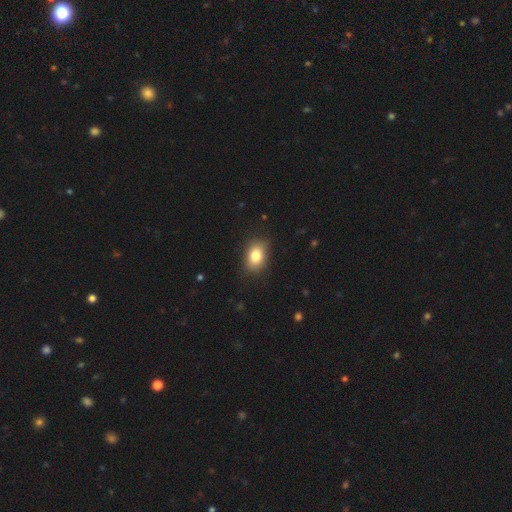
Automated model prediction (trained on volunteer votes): smooth_or_featured: smooth (p=0.82) [alt: star or artifact p=0.09]
how_rounded: in between (p=0.78) [alt: round p=0.21]
merging: none (p=0.82) [alt: minor disturbance p=0.14]